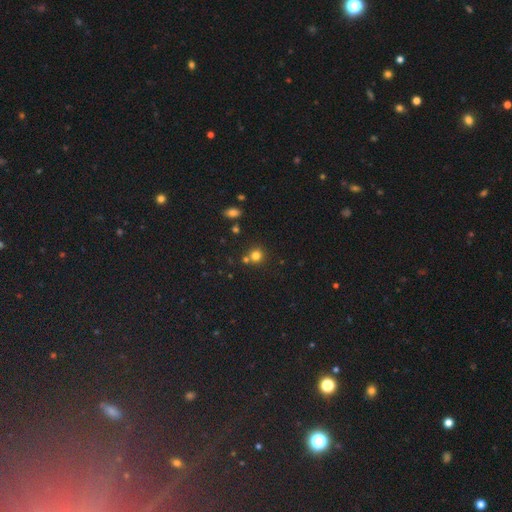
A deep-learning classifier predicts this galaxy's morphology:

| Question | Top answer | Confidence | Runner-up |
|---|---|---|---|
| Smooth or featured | smooth | 76% | star or artifact (17%) |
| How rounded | round | 89% | in between (10%) |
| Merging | none | 67% | merger (22%) |